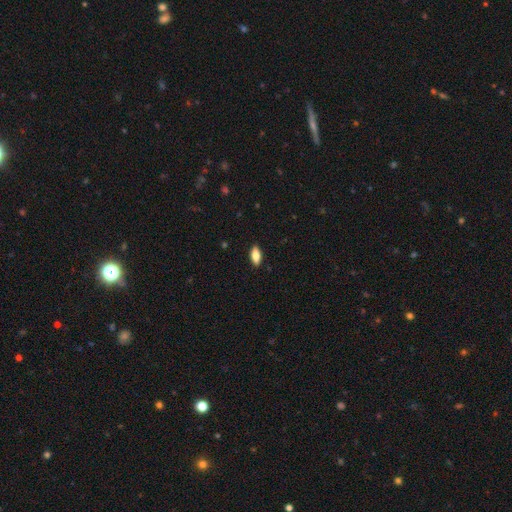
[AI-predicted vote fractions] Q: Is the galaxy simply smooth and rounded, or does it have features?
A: smooth — 79%.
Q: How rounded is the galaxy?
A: in between — 85%.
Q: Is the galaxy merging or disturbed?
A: none — 89%.